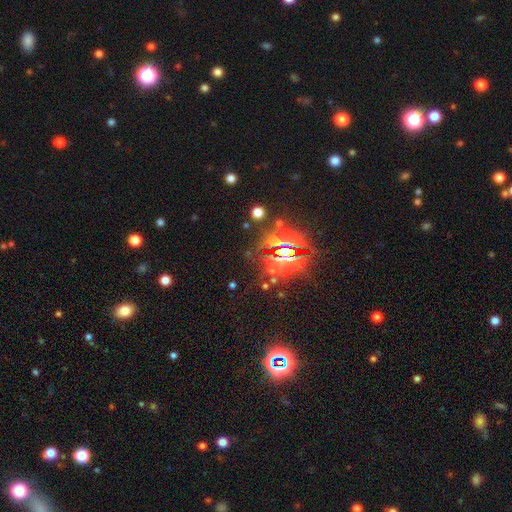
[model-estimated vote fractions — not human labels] Smooth or featured: star or artifact — 84% (smooth — 9%)